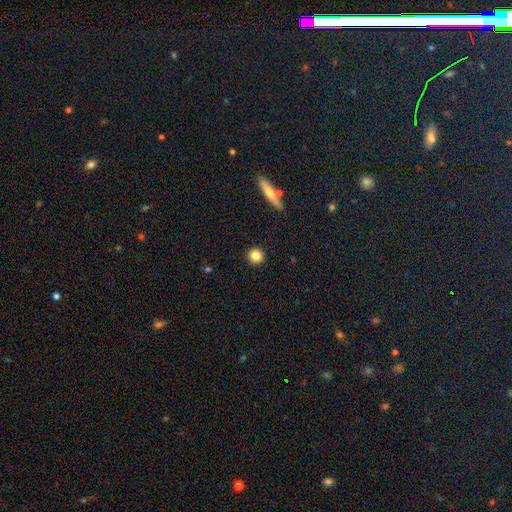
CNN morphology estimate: A smooth galaxy with no disk features (83%) that is round (94%). Merging: none (92%).